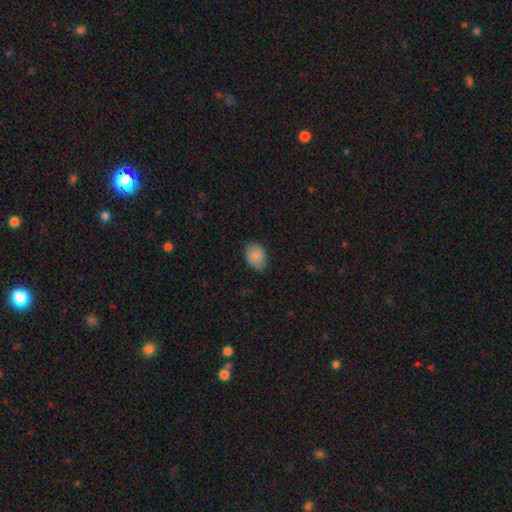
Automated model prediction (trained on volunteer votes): Q: Smooth or featured?
A: smooth (86%); runner-up: star or artifact (7%)
Q: How rounded?
A: in between (75%); runner-up: round (24%)
Q: Merging?
A: none (77%); runner-up: minor disturbance (19%)